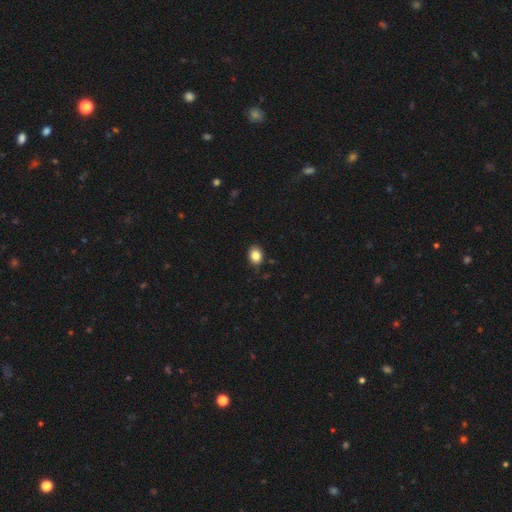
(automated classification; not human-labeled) Morphology: type=smooth (85%); roundness=in between (60%); merging=none (86%).